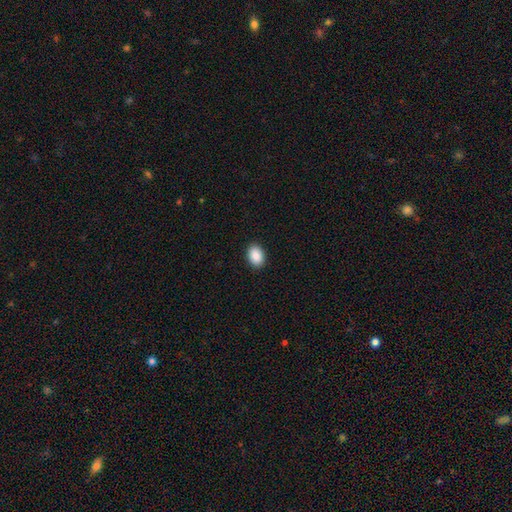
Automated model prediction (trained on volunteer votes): Smooth or featured? smooth (90%)
How rounded? in between (82%)
Merging? none (91%)